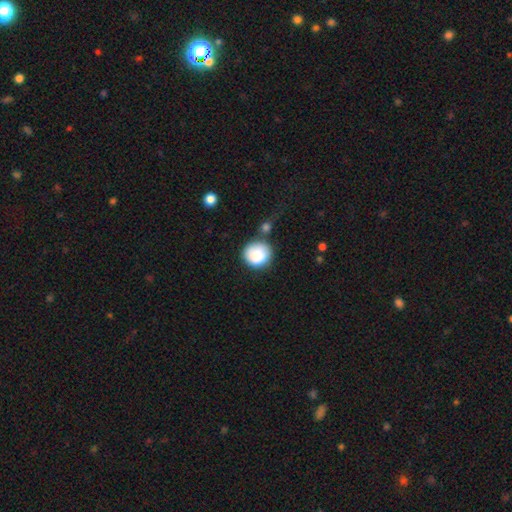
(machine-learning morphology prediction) A smooth galaxy with no disk features (86%) that is round (88%).

Vote fractions:
- Smooth or featured? smooth: 86% / star or artifact: 7% / featured or disk: 7%
- How rounded? round: 88% / in between: 11% / cigar-shaped: 1%
- Merging? none: 62% / minor disturbance: 18% / merger: 13% / major disturbance: 7%